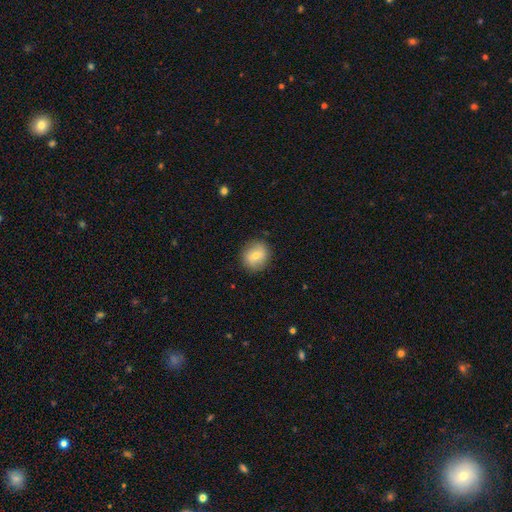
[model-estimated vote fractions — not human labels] Smooth or featured?
  - smooth: 70% *
  - featured or disk: 22%
  - star or artifact: 8%
How rounded?
  - round: 81% *
  - in between: 18%
  - cigar-shaped: 1%
Merging?
  - none: 86% *
  - minor disturbance: 10%
  - major disturbance: 3%
  - merger: 1%